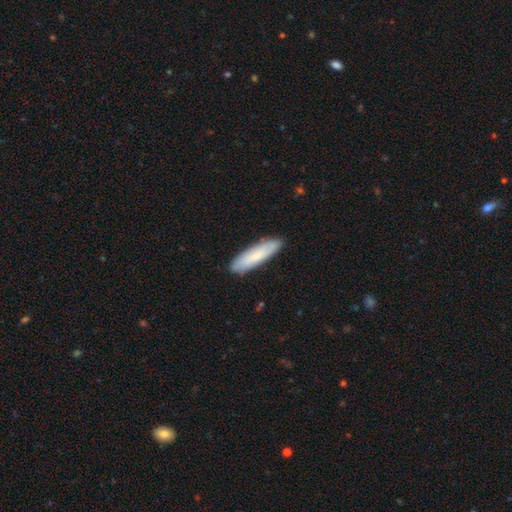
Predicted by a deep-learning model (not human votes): The model was most divided on "how rounded": cigar-shaped: 73%, in between: 25%, round: 1%. More confident: merging — none (89%); smooth or featured — smooth (77%).